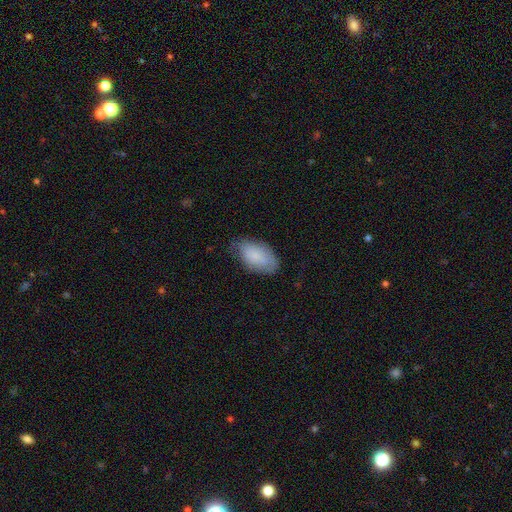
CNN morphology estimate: smooth 81%, featured or disk 13%, star or artifact 6%. Down the decision tree: how rounded — in between (94%); merging — none (65%).